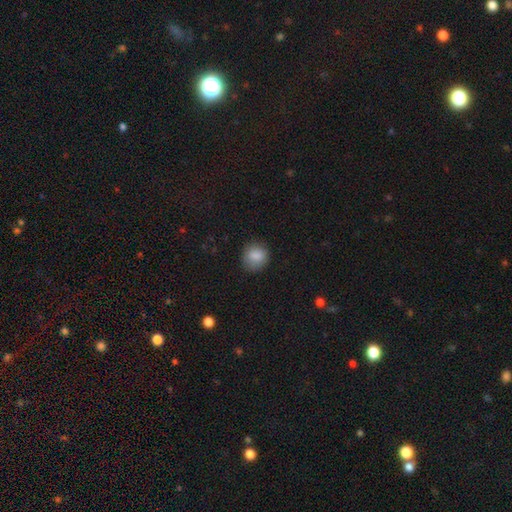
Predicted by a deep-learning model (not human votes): smooth_or_featured: smooth (p=0.85) [alt: star or artifact p=0.08]
how_rounded: round (p=0.79) [alt: in between p=0.20]
merging: none (p=0.80) [alt: minor disturbance p=0.15]